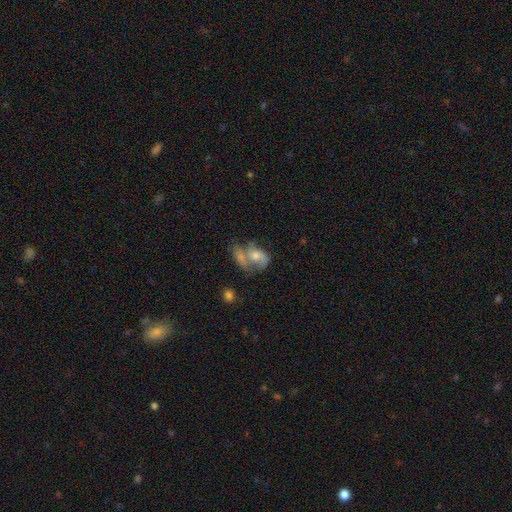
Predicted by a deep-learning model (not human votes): Overall: featured or disk (50%; smooth 40%). Merging: merger (49%; none 22%).